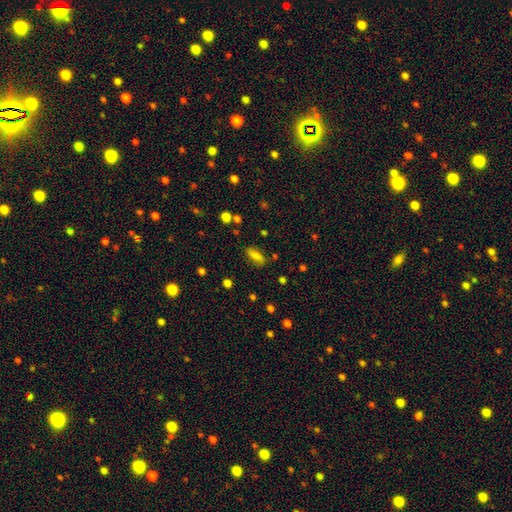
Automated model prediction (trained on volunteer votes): This appears to be a smooth galaxy with no disk features (77%) that is in between round and cigar-shaped (74%). Merging: none (79%).